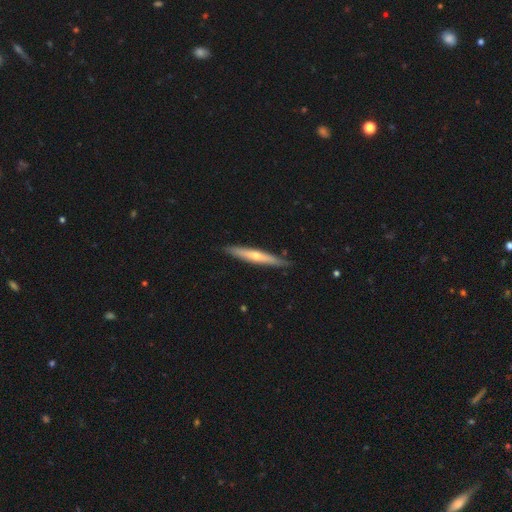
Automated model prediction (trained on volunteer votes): smooth_or_featured: featured or disk (p=0.56) [alt: smooth p=0.39]
disk_edge_on: yes (p=0.93) [alt: no p=0.07]
edge_on_bulge: rounded (p=0.79) [alt: none p=0.18]
merging: none (p=0.88) [alt: minor disturbance p=0.09]